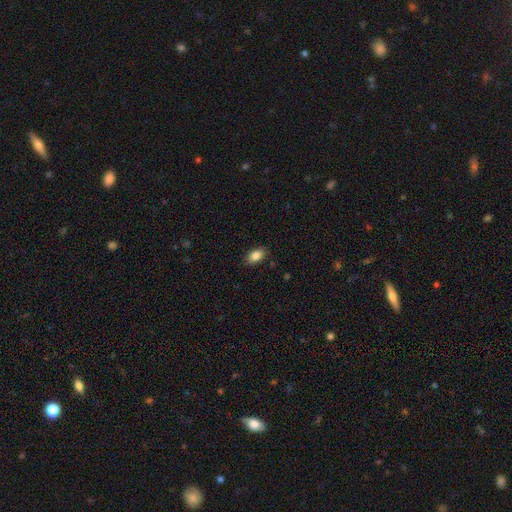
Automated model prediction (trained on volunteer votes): Smooth or featured? smooth (86%)
How rounded? in between (90%)
Merging? none (86%)